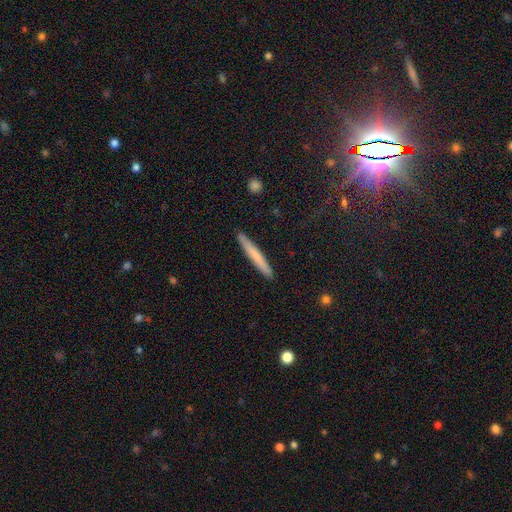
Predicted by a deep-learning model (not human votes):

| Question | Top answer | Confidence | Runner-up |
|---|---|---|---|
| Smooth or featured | smooth | 67% | featured or disk (27%) |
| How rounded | cigar-shaped | 96% | in between (3%) |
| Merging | none | 91% | minor disturbance (7%) |